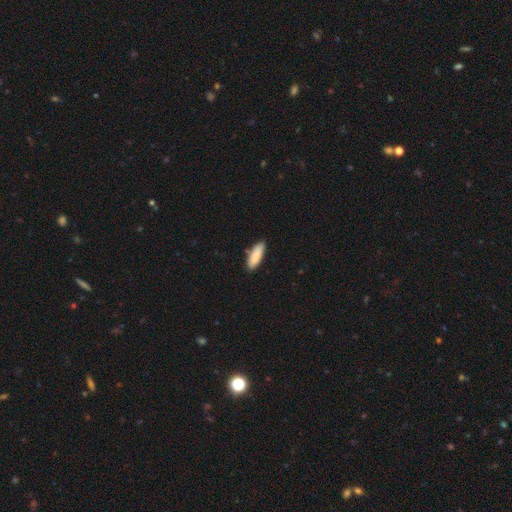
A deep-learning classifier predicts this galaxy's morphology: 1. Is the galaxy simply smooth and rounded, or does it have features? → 85% smooth, 9% featured or disk, 6% star or artifact.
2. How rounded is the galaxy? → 54% in between, 45% cigar-shaped, 2% round.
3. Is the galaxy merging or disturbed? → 85% none, 11% minor disturbance, 2% merger, 2% major disturbance.